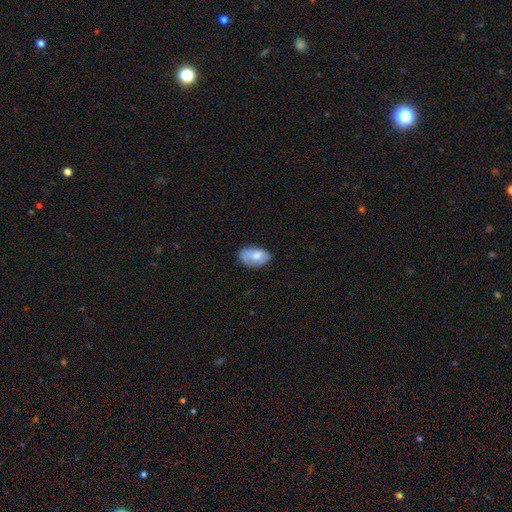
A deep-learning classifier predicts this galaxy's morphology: The model was most divided on "merging": none: 58%, minor disturbance: 30%, major disturbance: 9%, merger: 2%. More confident: how rounded — in between (92%); smooth or featured — smooth (73%).